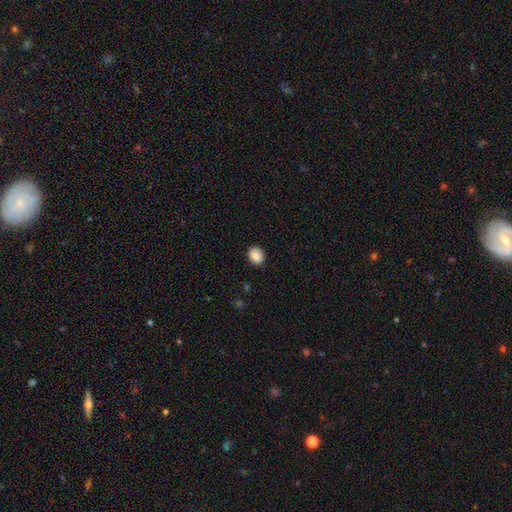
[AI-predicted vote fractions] Q: Smooth or featured?
A: smooth (88%); runner-up: star or artifact (8%)
Q: How rounded?
A: round (53%); runner-up: in between (46%)
Q: Merging?
A: none (88%); runner-up: minor disturbance (9%)